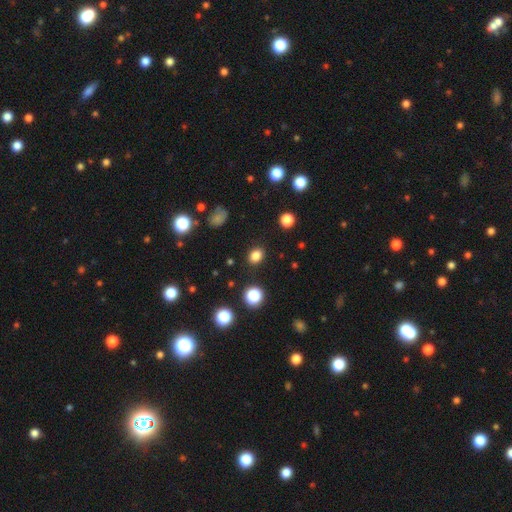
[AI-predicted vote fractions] smooth-or-featured: smooth: 82% | star or artifact: 13% | featured or disk: 4%
  how-rounded: round: 52% | in between: 47% | cigar-shaped: 1%
  merging: none: 88% | minor disturbance: 8% | major disturbance: 3% | merger: 2%